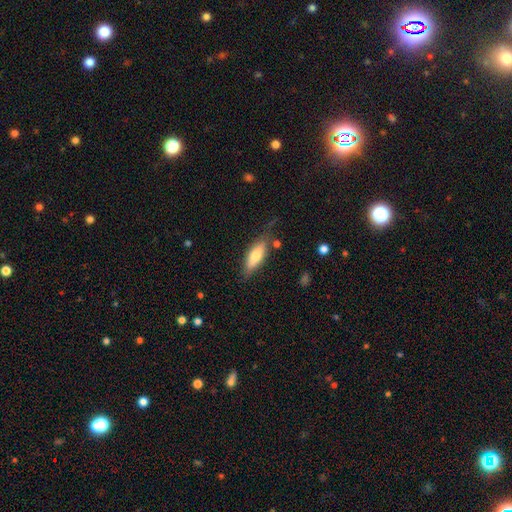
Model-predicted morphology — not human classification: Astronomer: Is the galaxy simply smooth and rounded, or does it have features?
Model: smooth — 70%.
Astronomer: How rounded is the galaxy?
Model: in between — 57% (runner-up: cigar-shaped, 41%).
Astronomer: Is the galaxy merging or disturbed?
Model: none — 72%.